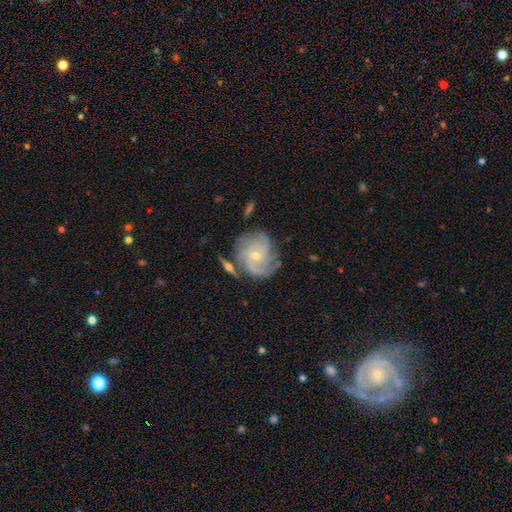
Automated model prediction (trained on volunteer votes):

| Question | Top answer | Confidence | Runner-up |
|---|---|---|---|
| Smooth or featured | featured or disk | 84% | smooth (10%) |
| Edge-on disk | no | 97% | yes (3%) |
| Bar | no | 68% | weak (27%) |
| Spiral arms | yes | 95% | no (5%) |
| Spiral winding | tight | 59% | medium (32%) |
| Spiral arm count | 3 | 29% | can't tell (25%) |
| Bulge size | small | 69% | moderate (28%) |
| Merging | none | 65% | minor disturbance (20%) |